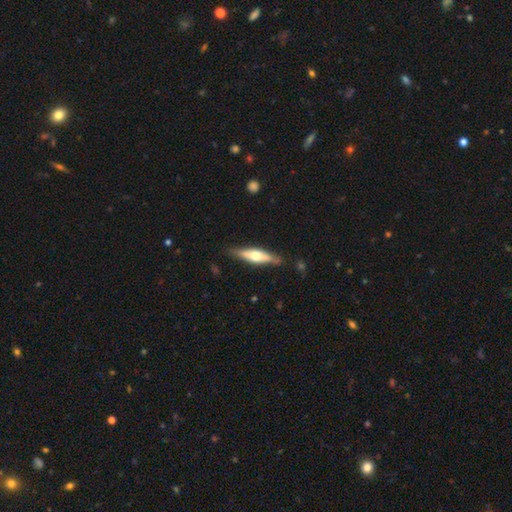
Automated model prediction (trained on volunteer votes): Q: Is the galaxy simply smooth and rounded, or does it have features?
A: featured or disk — 54%.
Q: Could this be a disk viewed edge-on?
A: yes — 88%.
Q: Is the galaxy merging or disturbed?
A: none — 81%.